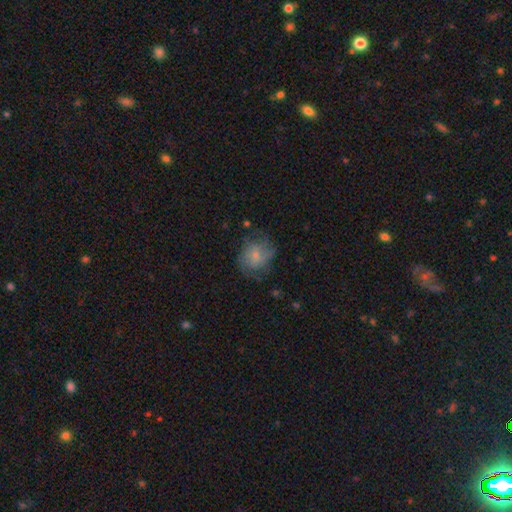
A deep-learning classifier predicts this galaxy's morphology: A smooth galaxy with no disk features (58%) that is round (71%).

Vote fractions:
- Smooth or featured? smooth: 58% / featured or disk: 33% / star or artifact: 10%
- How rounded? round: 71% / in between: 28% / cigar-shaped: 1%
- Merging? none: 55% / minor disturbance: 26% / major disturbance: 17% / merger: 2%